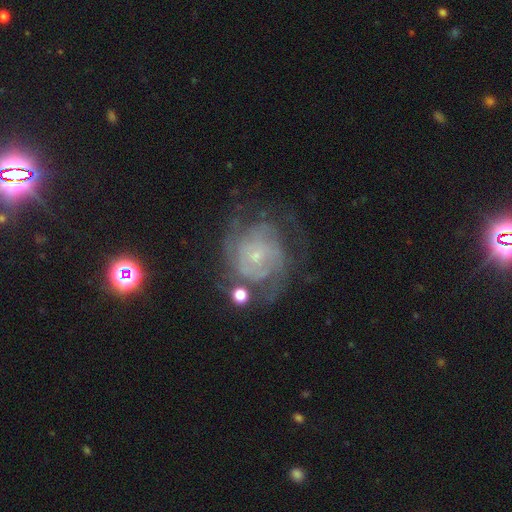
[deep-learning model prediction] featured or disk 78%, smooth 13%, star or artifact 9%. Down the decision tree: edge-on disk — no (98%); bar — no (75%); spiral arms — yes (87%); spiral arm count — can't tell (46%); spiral winding — tight (62%); bulge size — small (81%); merging — none (58%).